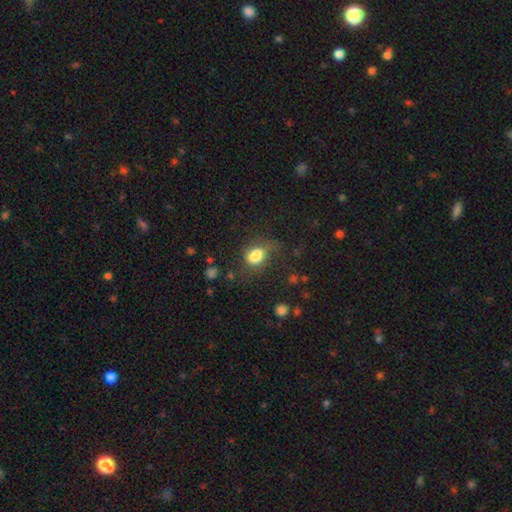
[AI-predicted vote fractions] The model was most divided on "merging": none: 41%, minor disturbance: 28%, major disturbance: 23%, merger: 8%. More confident: smooth or featured — smooth (79%); how rounded — in between (66%).